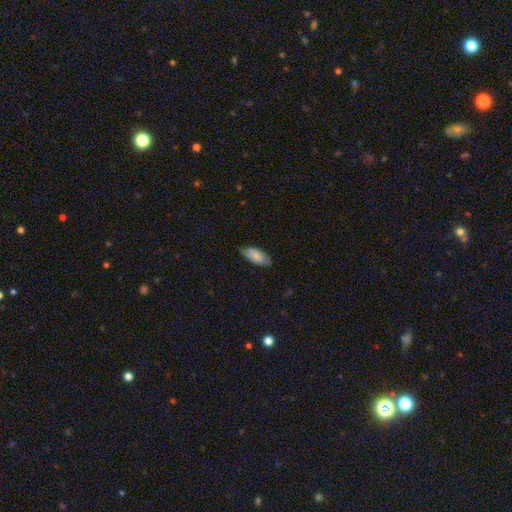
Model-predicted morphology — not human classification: A smooth galaxy with no disk features (84%) that is in between round and cigar-shaped (85%). Merging: none (79%).